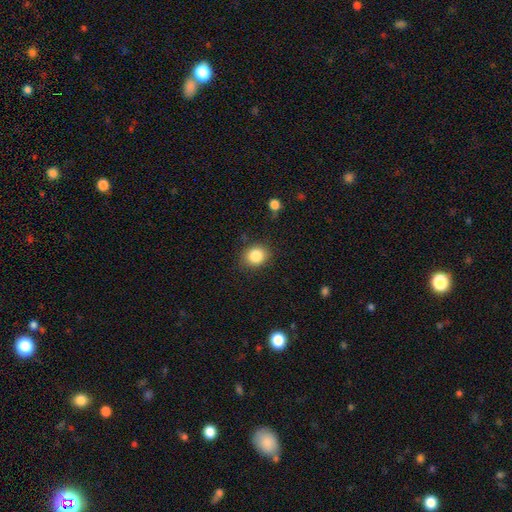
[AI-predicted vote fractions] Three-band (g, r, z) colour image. It shows a smooth galaxy with no disk features (85%) that is round (67%). Merging: none (84%).